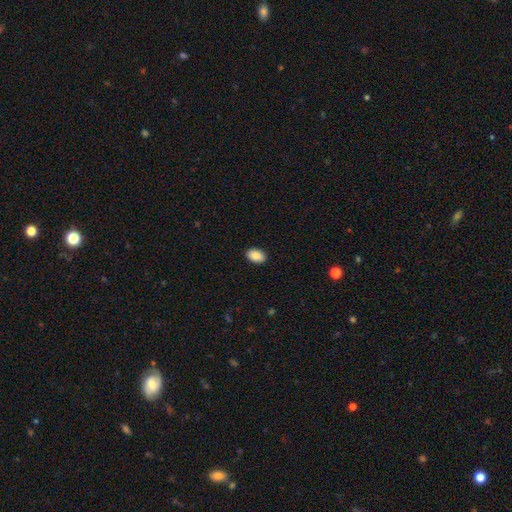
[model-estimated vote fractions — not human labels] The model was most divided on "how rounded": in between: 90%, round: 9%, cigar-shaped: 1%. More confident: merging — none (90%); smooth or featured — smooth (89%).